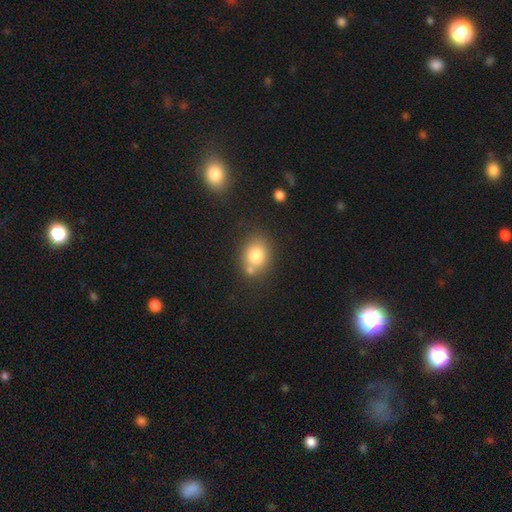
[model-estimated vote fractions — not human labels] Smooth or featured? Predicted: smooth (p=0.79). How rounded? Predicted: in between (p=0.52). Merging? Predicted: none (p=0.58).